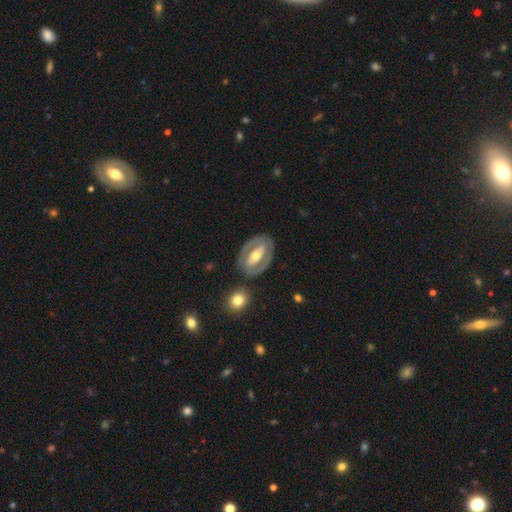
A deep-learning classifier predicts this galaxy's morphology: This appears to be a featured or disk galaxy (80%) with a strong bar (55%), 2 (84%) tight (53%) spiral arms (72%) and a moderate central bulge (70%). Merging: none (80%).